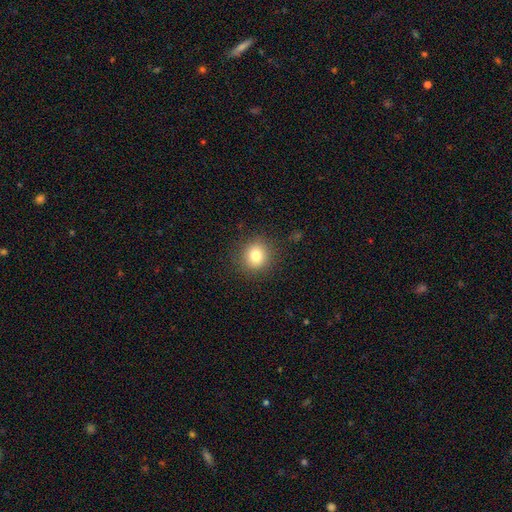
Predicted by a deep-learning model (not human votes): Morphology: type=smooth (80%); roundness=round (90%); merging=none (89%).